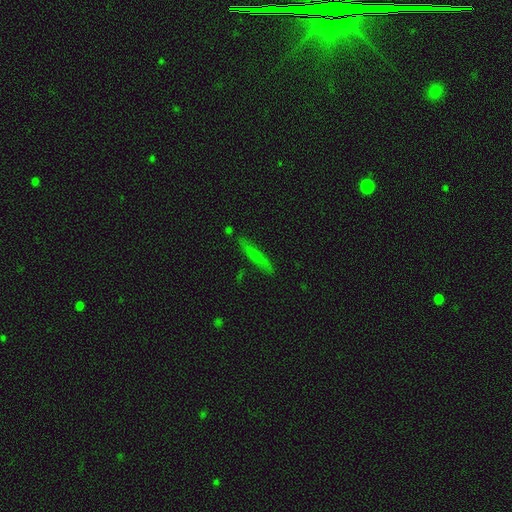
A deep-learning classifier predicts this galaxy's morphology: Smooth or featured? Predicted: smooth (p=0.57). How rounded? Predicted: cigar-shaped (p=0.91). Merging? Predicted: none (p=0.80).